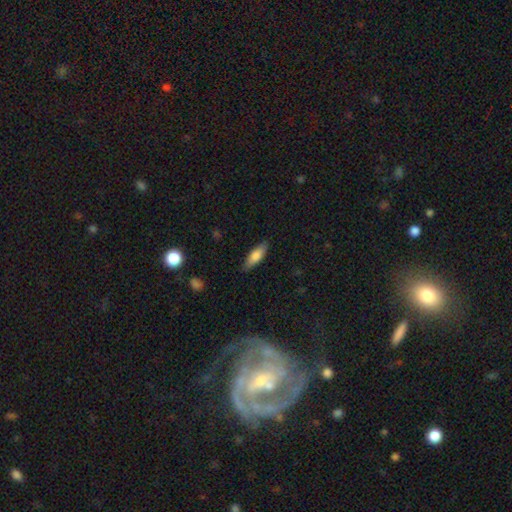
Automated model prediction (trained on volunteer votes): smooth-or-featured: smooth: 78% | featured or disk: 16% | star or artifact: 6%
  how-rounded: in between: 57% | cigar-shaped: 41% | round: 2%
  merging: none: 84% | minor disturbance: 12% | major disturbance: 2% | merger: 1%